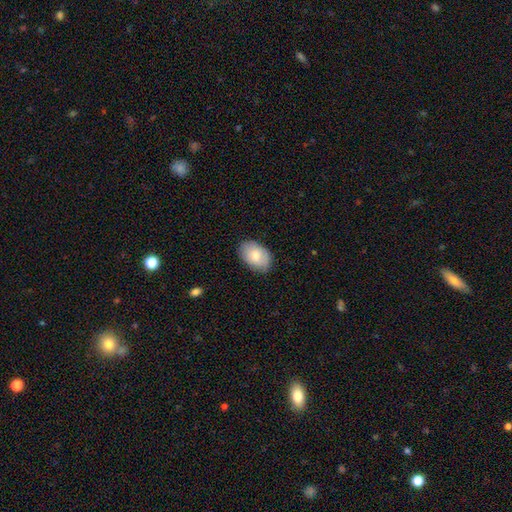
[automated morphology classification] A smooth galaxy with no disk features (76%) that is in between round and cigar-shaped (89%). Merging: none (84%).